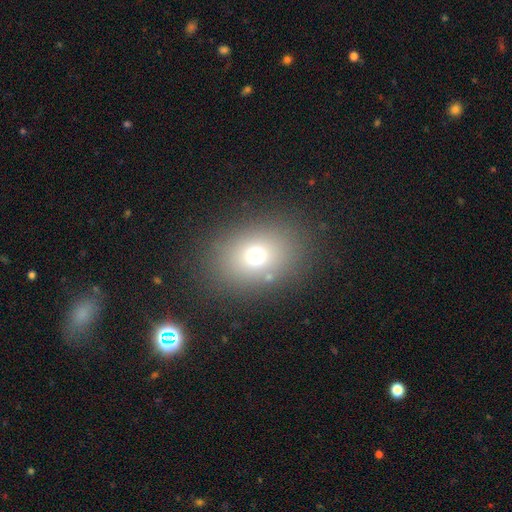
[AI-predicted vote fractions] This is likely a smooth galaxy (70%). How rounded: possibly in between (58%). Merging: clearly none (83%).